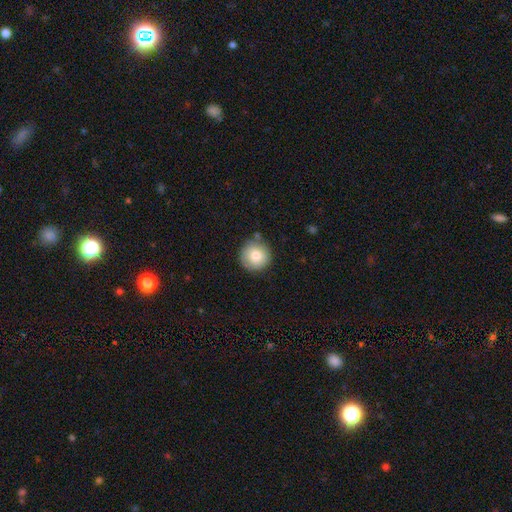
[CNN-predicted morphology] This appears to be a smooth galaxy with no disk features (80%) that is round (95%). Merging: none (81%).